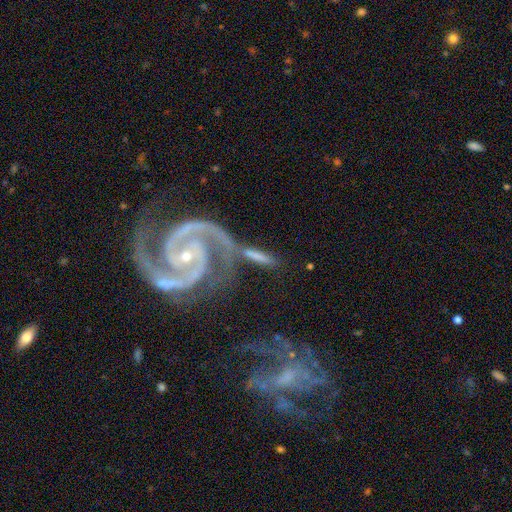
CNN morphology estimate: Q: Smooth or featured?
A: featured or disk (83%); runner-up: smooth (10%)
Q: Edge-on disk?
A: no (94%); runner-up: yes (6%)
Q: Bar?
A: no (45%); runner-up: weak (32%)
Q: Spiral arms?
A: yes (97%); runner-up: no (3%)
Q: Spiral winding?
A: medium (46%); runner-up: tight (41%)
Q: Spiral arm count?
A: 2 (90%); runner-up: 3 (3%)
Q: Bulge size?
A: small (74%); runner-up: moderate (21%)
Q: Merging?
A: none (52%); runner-up: minor disturbance (20%)